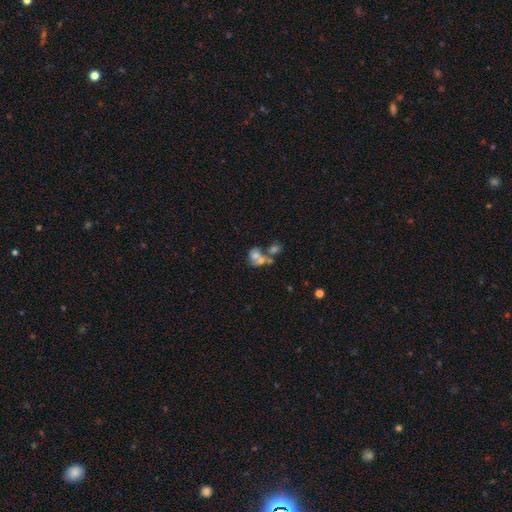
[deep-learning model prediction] Smooth or featured?
  - smooth: 53% *
  - featured or disk: 35%
  - star or artifact: 13%
How rounded?
  - round: 57% *
  - in between: 42%
  - cigar-shaped: 1%
Merging?
  - merger: 58% *
  - none: 23%
  - minor disturbance: 10%
  - major disturbance: 9%